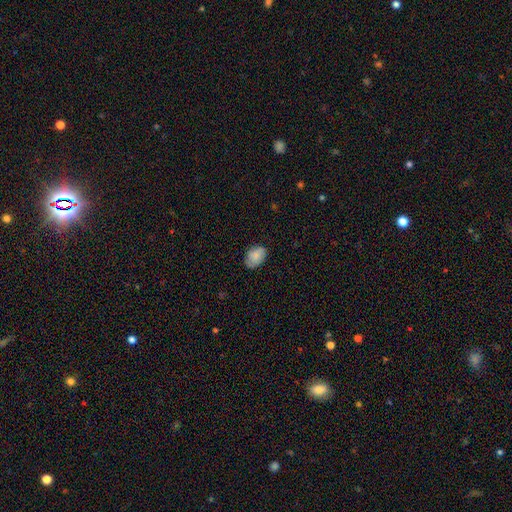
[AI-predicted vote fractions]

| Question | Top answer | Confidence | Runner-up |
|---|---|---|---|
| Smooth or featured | smooth | 80% | featured or disk (13%) |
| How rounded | in between | 84% | round (15%) |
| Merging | none | 77% | minor disturbance (19%) |